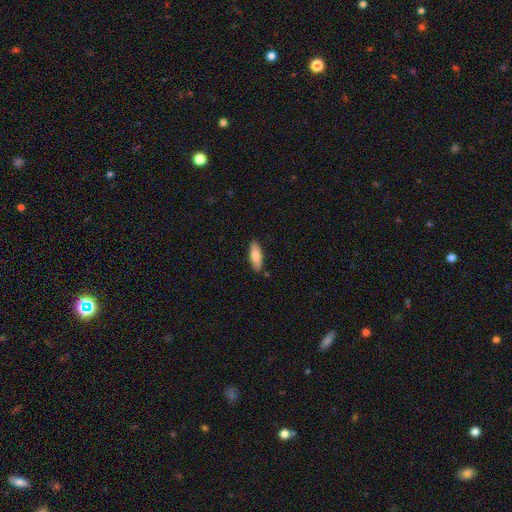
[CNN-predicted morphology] smooth_or_featured: smooth (p=0.80) [alt: featured or disk p=0.14]
how_rounded: in between (p=0.53) [alt: cigar-shaped p=0.45]
merging: none (p=0.86) [alt: minor disturbance p=0.10]